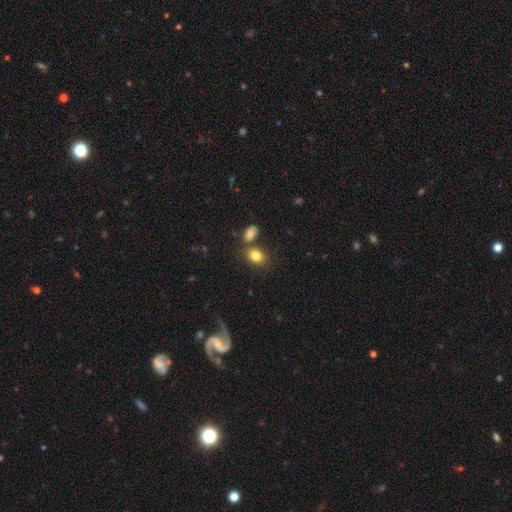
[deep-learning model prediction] smooth_or_featured: smooth (p=0.83) [alt: star or artifact p=0.09]
how_rounded: in between (p=0.69) [alt: round p=0.30]
merging: none (p=0.65) [alt: merger p=0.20]